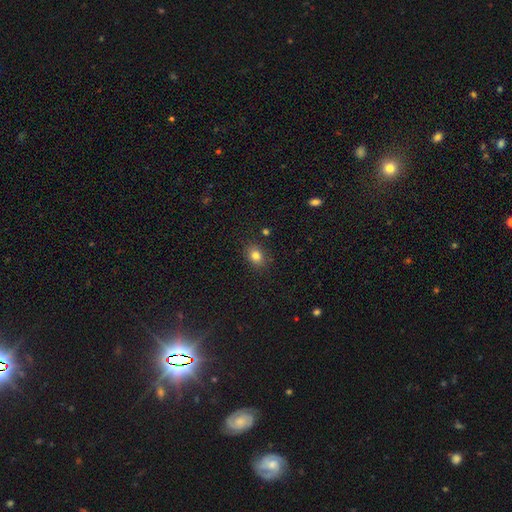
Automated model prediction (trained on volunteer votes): This appears to be a smooth galaxy with no disk features (81%) that is in between round and cigar-shaped (54%). Merging: none (86%).